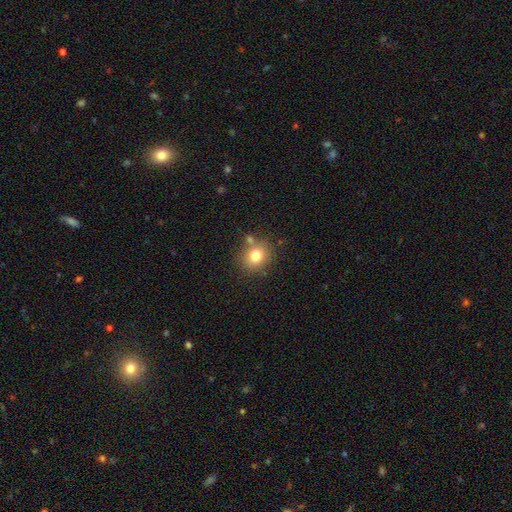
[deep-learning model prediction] smooth-or-featured: smooth: 78% | star or artifact: 12% | featured or disk: 10%
  how-rounded: round: 72% | in between: 28% | cigar-shaped: 1%
  merging: none: 73% | minor disturbance: 12% | merger: 11% | major disturbance: 4%